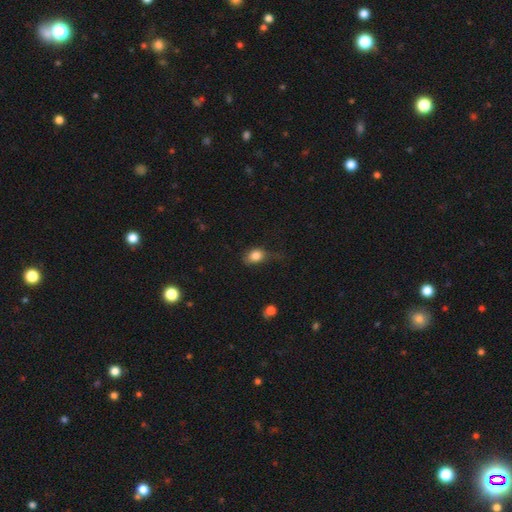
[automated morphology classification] Smooth or featured? smooth (81%)
How rounded? in between (63%)
Merging? none (42%)